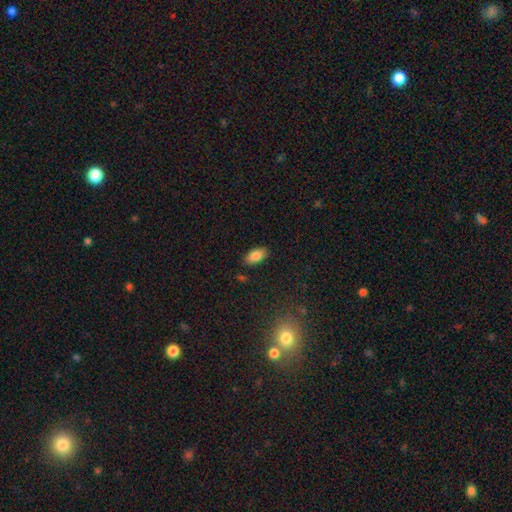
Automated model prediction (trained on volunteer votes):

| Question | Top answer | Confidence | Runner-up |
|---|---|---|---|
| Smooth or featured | smooth | 83% | featured or disk (9%) |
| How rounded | in between | 92% | cigar-shaped (5%) |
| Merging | none | 85% | minor disturbance (10%) |